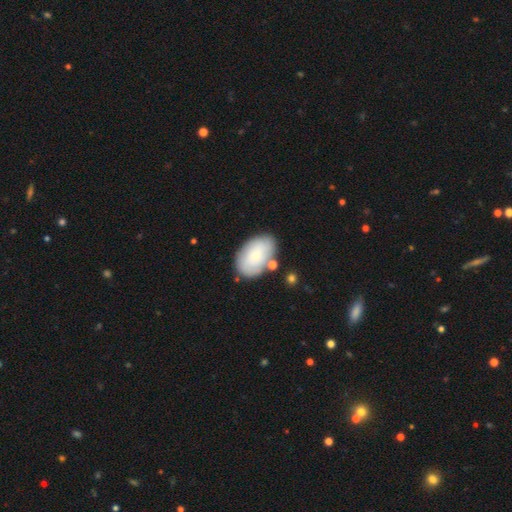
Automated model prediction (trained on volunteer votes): Smooth or featured? Predicted: smooth (p=0.70). How rounded? Predicted: in between (p=0.91). Merging? Predicted: none (p=0.74).